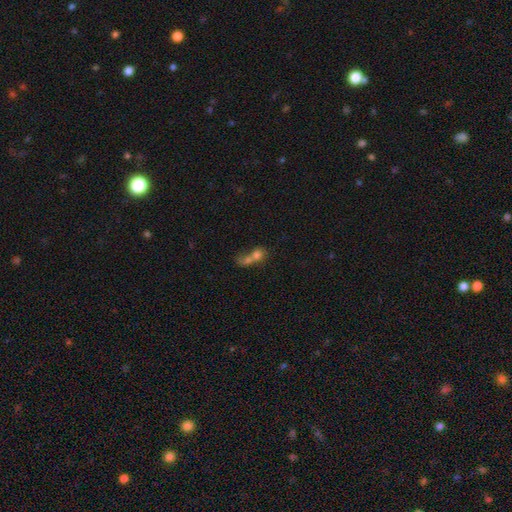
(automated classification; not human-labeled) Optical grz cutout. It shows a smooth galaxy with no disk features (63%) that is round (55%). Merging: merger (69%).